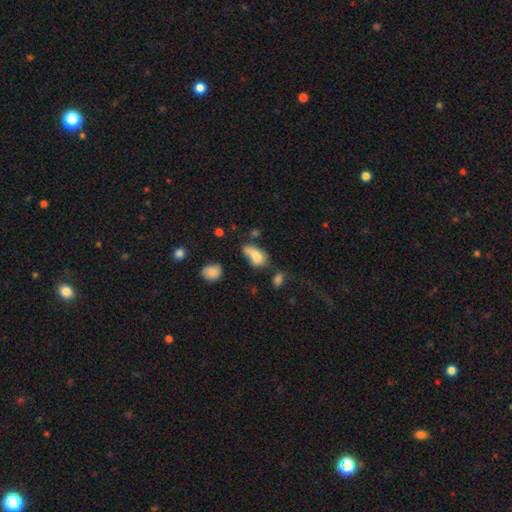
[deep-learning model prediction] Morphology: type=smooth (77%); roundness=in between (89%); merging=none (31%, tied with minor disturbance).